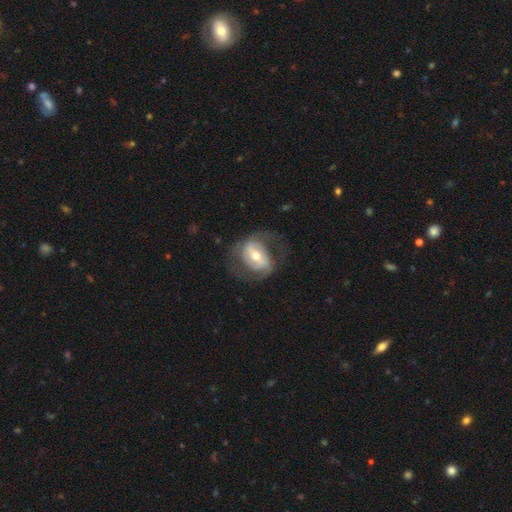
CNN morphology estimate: Smooth or featured? Predicted: featured or disk (p=0.75). Edge-on disk? Predicted: no (p=0.96). Bar? Predicted: weak (p=0.39). Spiral arms? Predicted: yes (p=0.83). Spiral winding? Predicted: medium (p=0.48). Spiral arm count? Predicted: 2 (p=0.81). Bulge size? Predicted: moderate (p=0.65). Merging? Predicted: none (p=0.63).